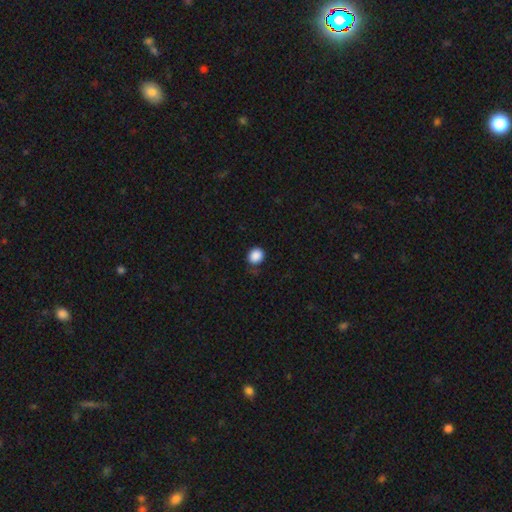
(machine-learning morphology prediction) Smooth or featured?
  - smooth: 88% *
  - star or artifact: 9%
  - featured or disk: 3%
How rounded?
  - round: 73% *
  - in between: 26%
  - cigar-shaped: 1%
Merging?
  - none: 79% *
  - minor disturbance: 15%
  - major disturbance: 4%
  - merger: 2%